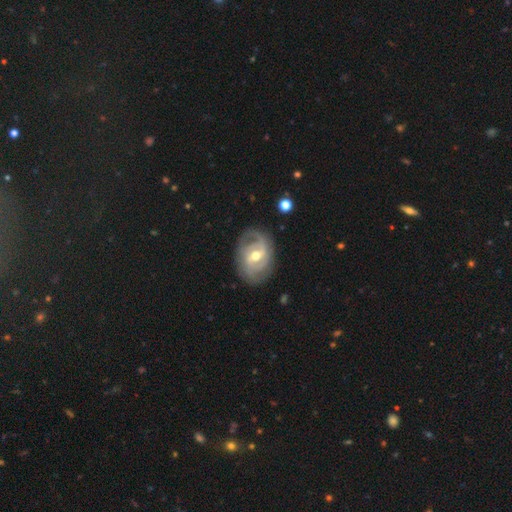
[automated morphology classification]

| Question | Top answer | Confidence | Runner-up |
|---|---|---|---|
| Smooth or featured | featured or disk | 85% | smooth (10%) |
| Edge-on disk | no | 97% | yes (3%) |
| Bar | weak | 52% | strong (24%) |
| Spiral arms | yes | 92% | no (8%) |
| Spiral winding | tight | 48% | medium (38%) |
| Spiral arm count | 2 | 50% | can't tell (20%) |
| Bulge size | moderate | 72% | small (22%) |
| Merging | none | 75% | minor disturbance (17%) |